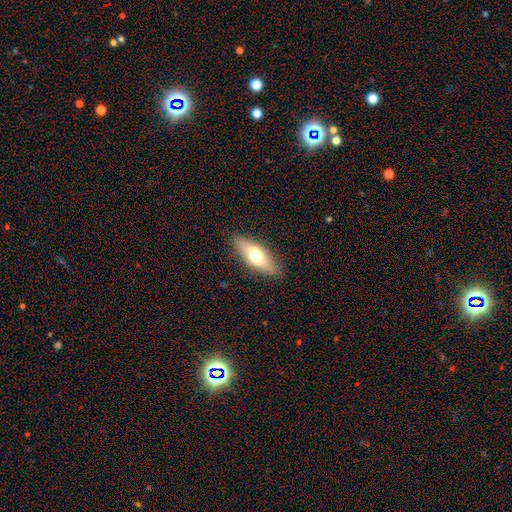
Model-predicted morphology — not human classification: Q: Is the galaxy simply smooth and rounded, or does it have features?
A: smooth — 63%.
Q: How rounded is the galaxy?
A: in between — 66%.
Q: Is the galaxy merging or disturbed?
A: none — 86%.